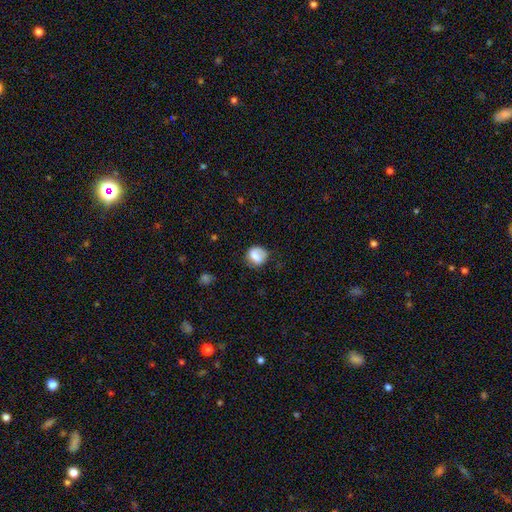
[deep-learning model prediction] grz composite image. It shows a smooth galaxy with no disk features (69%) that is round (70%). Merging: none (64%).